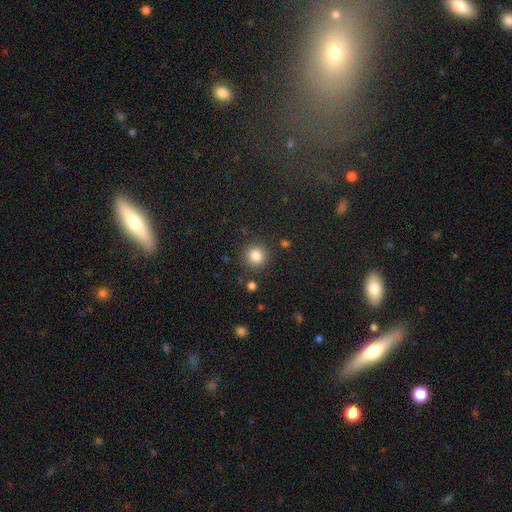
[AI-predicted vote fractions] This is clearly a smooth galaxy (83%). How rounded: clearly round (93%). Merging: clearly none (89%).